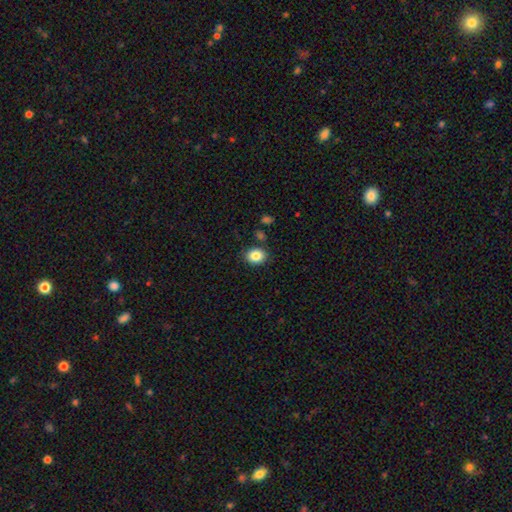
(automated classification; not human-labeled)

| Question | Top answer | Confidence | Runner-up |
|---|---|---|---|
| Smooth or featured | smooth | 85% | star or artifact (9%) |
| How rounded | round | 50% | in between (49%) |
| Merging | none | 85% | minor disturbance (9%) |